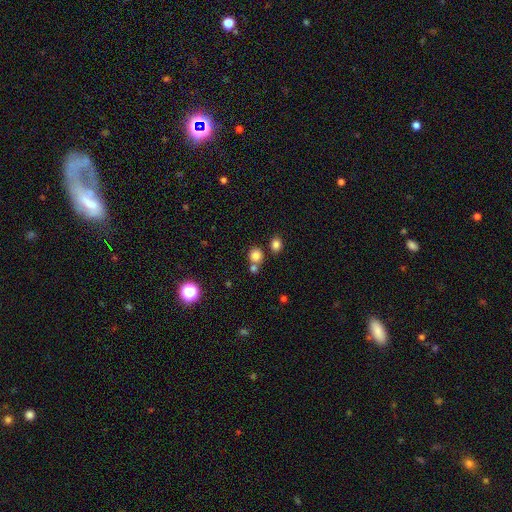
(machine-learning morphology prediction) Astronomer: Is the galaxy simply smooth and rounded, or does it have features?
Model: smooth — 80%.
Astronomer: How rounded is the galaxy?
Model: round — 83%.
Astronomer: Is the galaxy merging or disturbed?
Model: none — 64%.